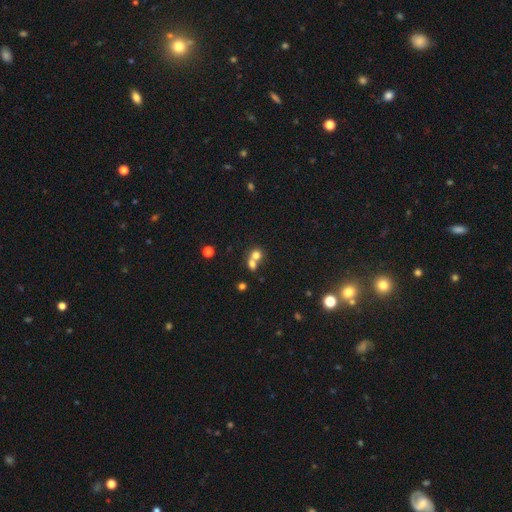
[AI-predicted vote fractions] Smooth or featured? Predicted: smooth (p=0.72). How rounded? Predicted: round (p=0.79). Merging? Predicted: merger (p=0.56).